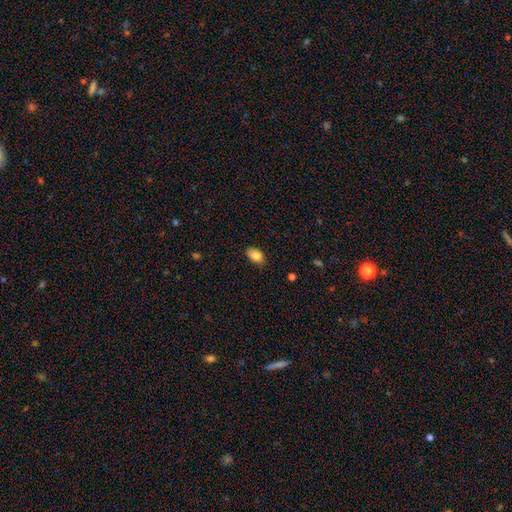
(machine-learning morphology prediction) The model was most divided on "merging": none: 80%, minor disturbance: 17%, major disturbance: 3%, merger: 1%. More confident: how rounded — in between (87%); smooth or featured — smooth (85%).